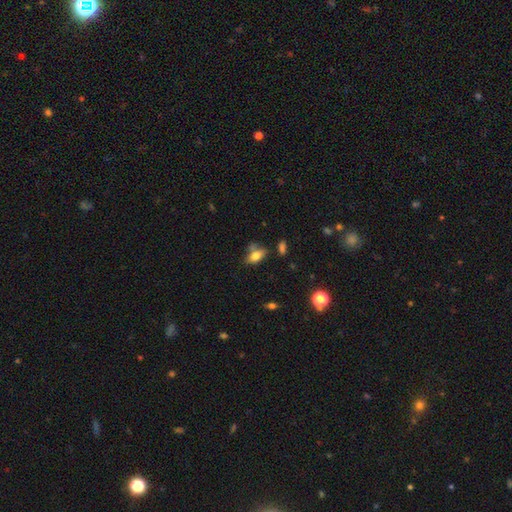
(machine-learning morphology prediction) smooth_or_featured: smooth (p=0.72) [alt: featured or disk p=0.18]
how_rounded: in between (p=0.85) [alt: cigar-shaped p=0.08]
merging: none (p=0.55) [alt: minor disturbance p=0.23]